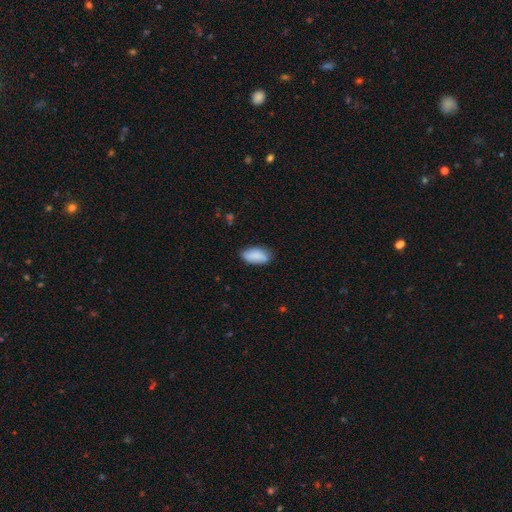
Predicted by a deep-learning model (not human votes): smooth_or_featured: smooth (p=0.85) [alt: featured or disk p=0.08]
how_rounded: in between (p=0.90) [alt: cigar-shaped p=0.08]
merging: none (p=0.79) [alt: minor disturbance p=0.16]